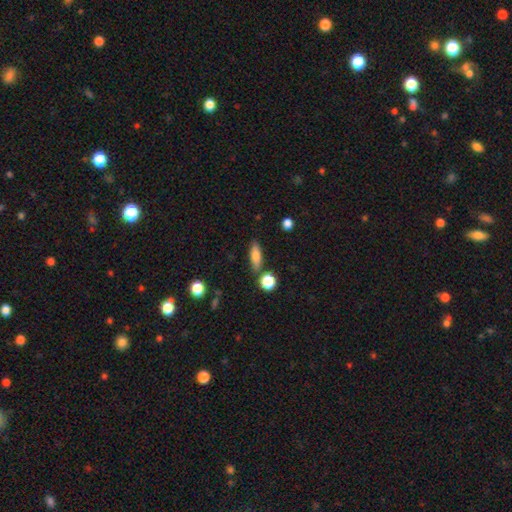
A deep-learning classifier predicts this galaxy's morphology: This is likely a smooth galaxy (79%). How rounded: possibly in between (56%). Merging: likely none (78%).